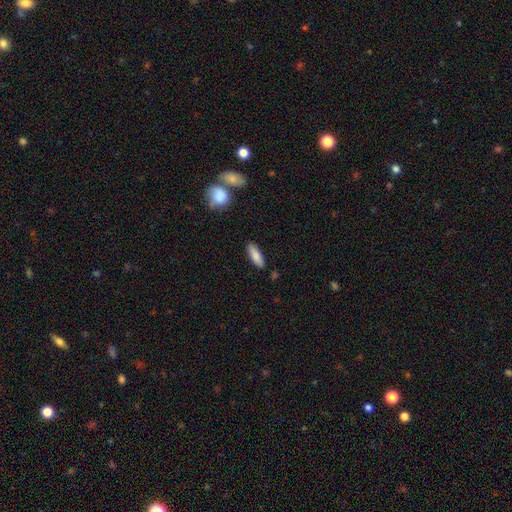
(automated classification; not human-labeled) A smooth galaxy with no disk features (85%) that is in between round and cigar-shaped (55%).

Vote fractions:
- Smooth or featured? smooth: 85% / featured or disk: 9% / star or artifact: 6%
- How rounded? in between: 55% / cigar-shaped: 43% / round: 2%
- Merging? none: 85% / minor disturbance: 10% / merger: 2% / major disturbance: 2%